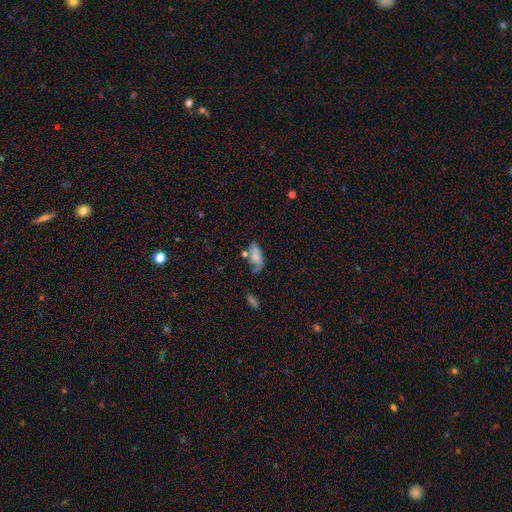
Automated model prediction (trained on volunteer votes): This is likely a smooth galaxy (71%). How rounded: clearly in between (88%). Merging: marginally none (38%).